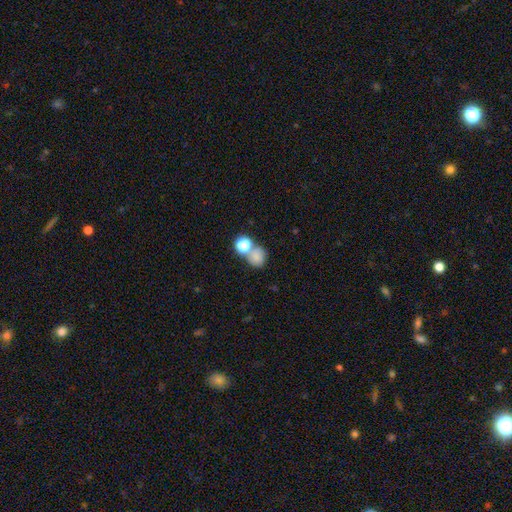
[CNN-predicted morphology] Smooth or featured: smooth — 76% (star or artifact — 14%)
How rounded: round — 75% (in between — 24%)
Merging: none — 43% (merger — 42%)